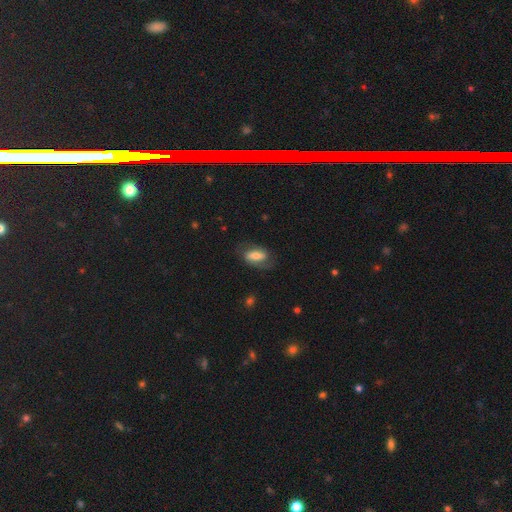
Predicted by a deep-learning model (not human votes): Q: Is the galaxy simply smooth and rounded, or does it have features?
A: featured or disk — 52%.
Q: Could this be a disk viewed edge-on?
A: no — 93%.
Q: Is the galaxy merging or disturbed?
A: none — 67%.